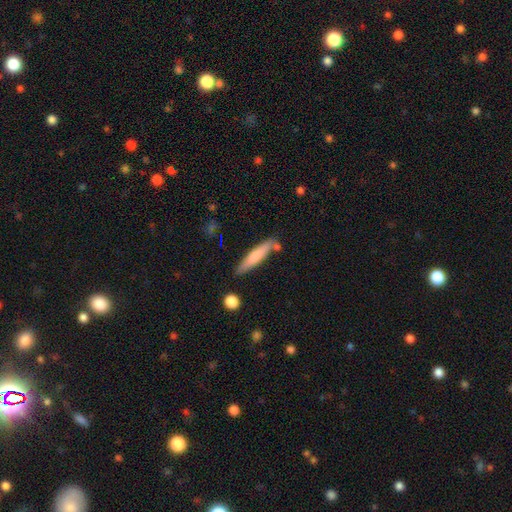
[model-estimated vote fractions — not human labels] Smooth or featured? Predicted: smooth (p=0.71). How rounded? Predicted: cigar-shaped (p=0.88). Merging? Predicted: none (p=0.77).